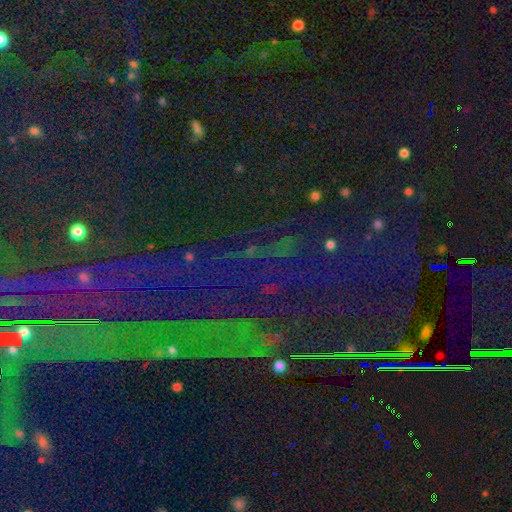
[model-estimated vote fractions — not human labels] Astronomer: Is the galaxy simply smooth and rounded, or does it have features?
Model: star or artifact — 85%.